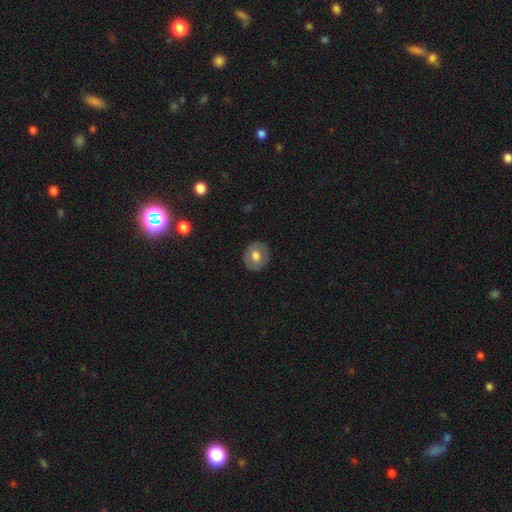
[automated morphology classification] The model was most divided on "smooth or featured": smooth: 63%, featured or disk: 30%, star or artifact: 7%. More confident: merging — none (86%); how rounded — round (71%).